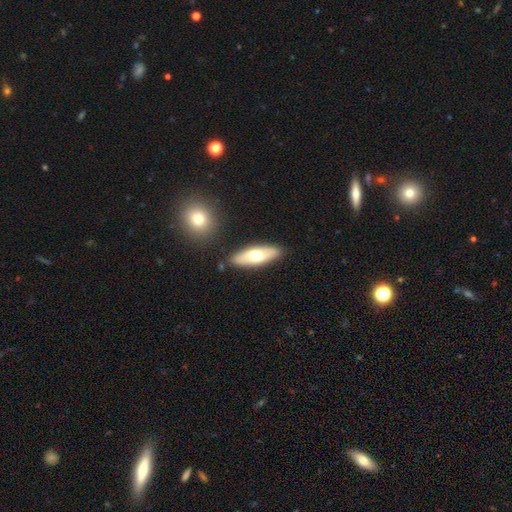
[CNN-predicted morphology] Smooth or featured?
  - smooth: 60% *
  - featured or disk: 35%
  - star or artifact: 5%
How rounded?
  - in between: 58% *
  - cigar-shaped: 40%
  - round: 2%
Merging?
  - none: 85% *
  - minor disturbance: 10%
  - merger: 3%
  - major disturbance: 2%